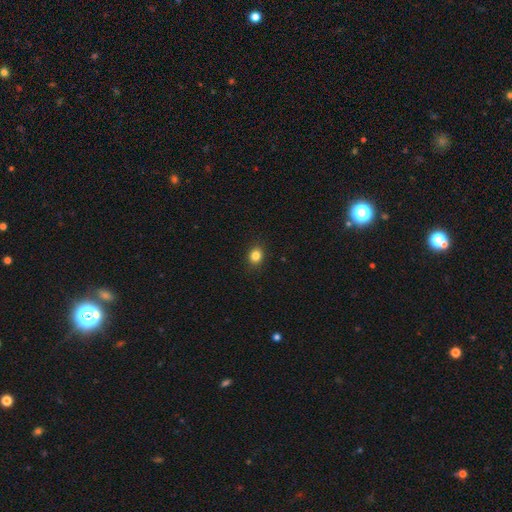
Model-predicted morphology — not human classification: Overall: smooth (84%). How rounded: round (62%; in between 37%). Merging: none (90%).